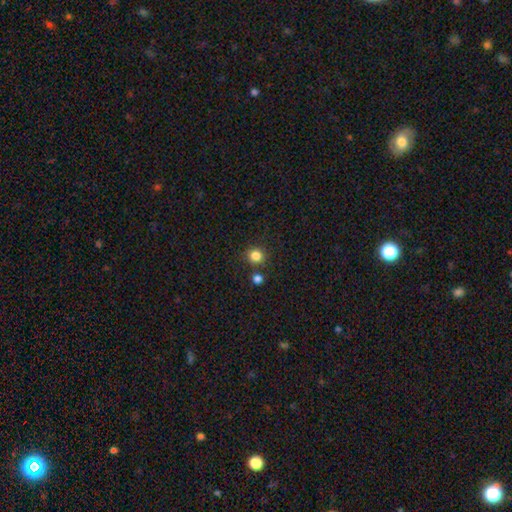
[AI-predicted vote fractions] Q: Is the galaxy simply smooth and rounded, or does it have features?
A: smooth — 83%.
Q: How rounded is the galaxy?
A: round — 91%.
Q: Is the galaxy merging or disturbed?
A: none — 81%.